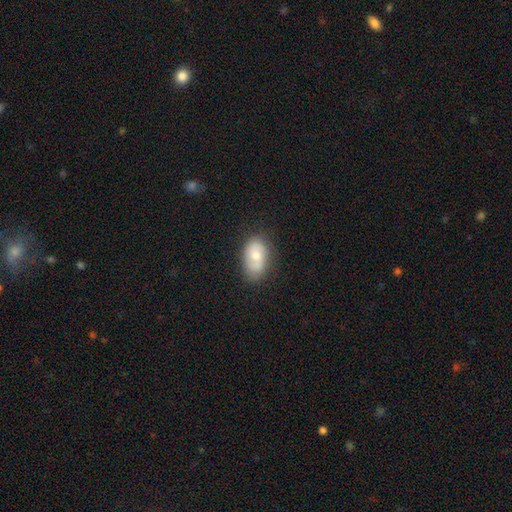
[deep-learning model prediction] Smooth or featured?
  - smooth: 60% *
  - featured or disk: 33%
  - star or artifact: 7%
How rounded?
  - in between: 90% *
  - round: 8%
  - cigar-shaped: 2%
Merging?
  - none: 69% *
  - minor disturbance: 22%
  - major disturbance: 6%
  - merger: 3%